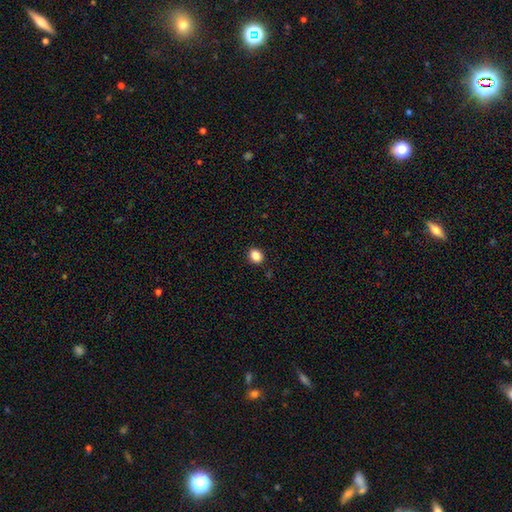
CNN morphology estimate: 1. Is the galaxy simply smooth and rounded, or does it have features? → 86% smooth, 10% star or artifact, 4% featured or disk.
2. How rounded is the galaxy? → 58% round, 42% in between, 1% cigar-shaped.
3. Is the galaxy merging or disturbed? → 90% none, 7% minor disturbance, 2% major disturbance, 1% merger.